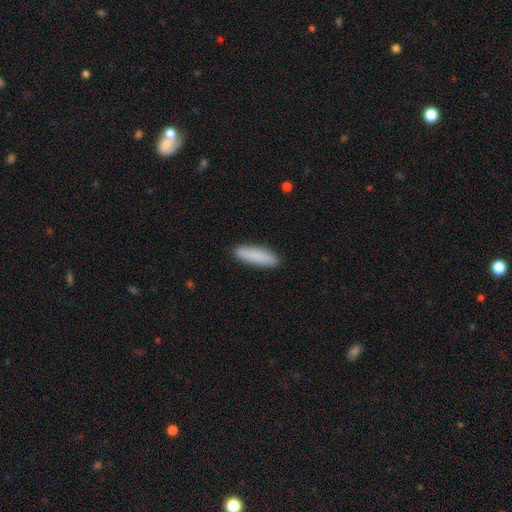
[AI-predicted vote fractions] A smooth galaxy with no disk features (87%) that is cigar-shaped (73%). Merging: none (90%).